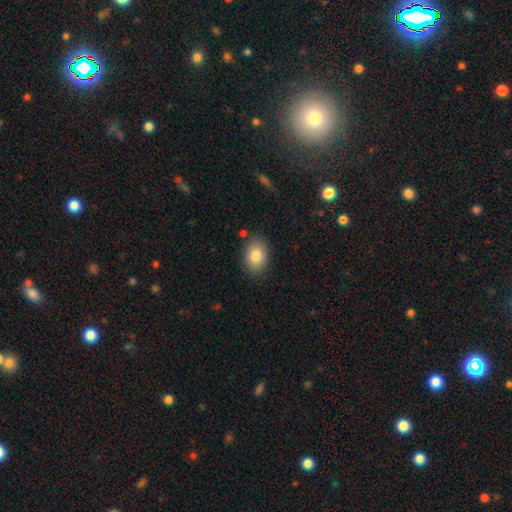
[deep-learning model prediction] Q: Smooth or featured?
A: smooth (82%); runner-up: featured or disk (10%)
Q: How rounded?
A: in between (82%); runner-up: round (17%)
Q: Merging?
A: none (83%); runner-up: minor disturbance (12%)